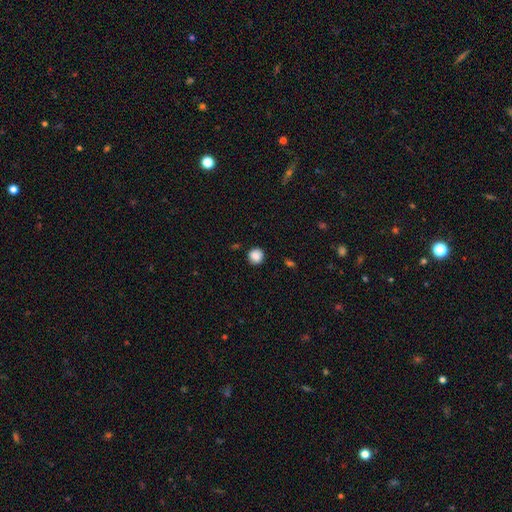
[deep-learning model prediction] smooth 87%, star or artifact 9%, featured or disk 4%. Down the decision tree: how rounded — round (90%); merging — none (87%).